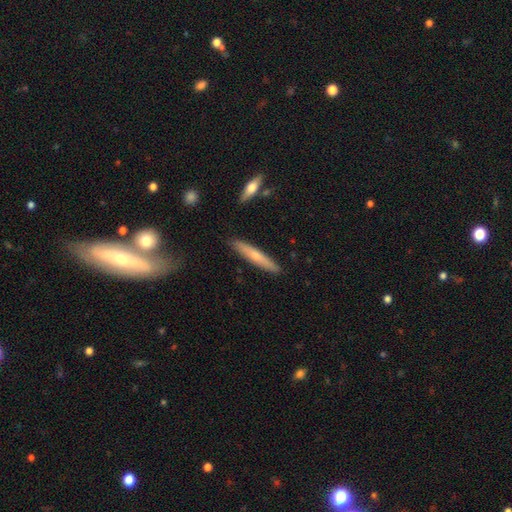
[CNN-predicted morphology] A smooth galaxy with no disk features (54%) that is cigar-shaped (92%).

Vote fractions:
- Smooth or featured? smooth: 54% / featured or disk: 40% / star or artifact: 6%
- How rounded? cigar-shaped: 92% / in between: 6% / round: 1%
- Merging? none: 88% / minor disturbance: 8% / merger: 2% / major disturbance: 2%